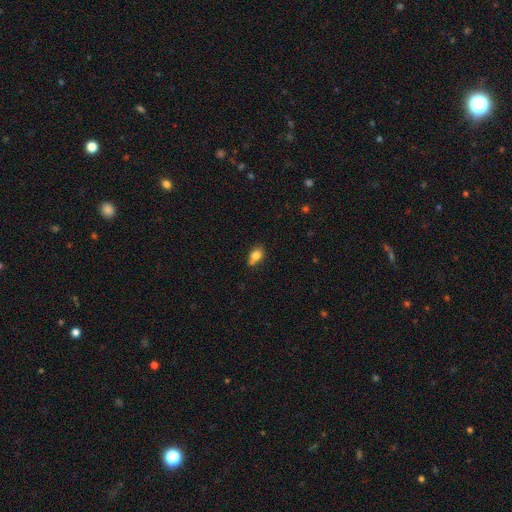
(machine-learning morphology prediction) Smooth or featured?
  - smooth: 79% *
  - featured or disk: 11%
  - star or artifact: 10%
How rounded?
  - in between: 58% *
  - round: 40%
  - cigar-shaped: 2%
Merging?
  - none: 51% *
  - merger: 25%
  - minor disturbance: 19%
  - major disturbance: 5%